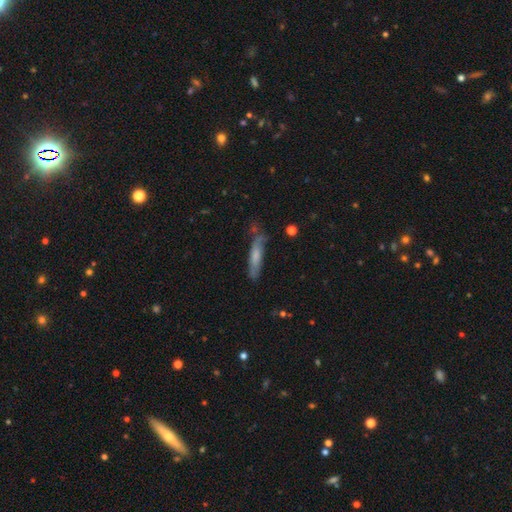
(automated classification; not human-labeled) A smooth galaxy with no disk features (59%) that is cigar-shaped (85%). Merging: none (65%).